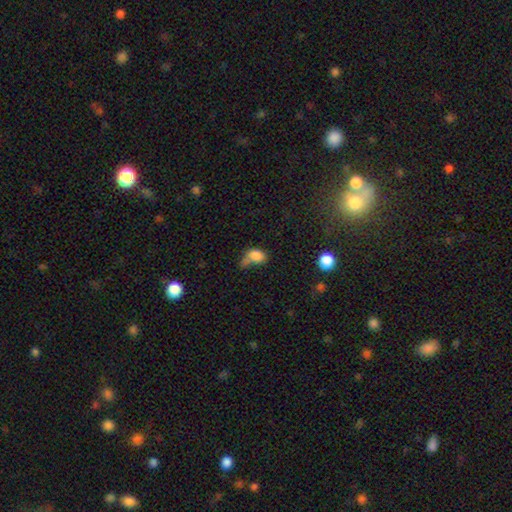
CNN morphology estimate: smooth-or-featured: smooth: 79% | star or artifact: 10% | featured or disk: 10%
  how-rounded: in between: 73% | round: 25% | cigar-shaped: 2%
  merging: merger: 29% | none: 27% | minor disturbance: 22% | major disturbance: 22%